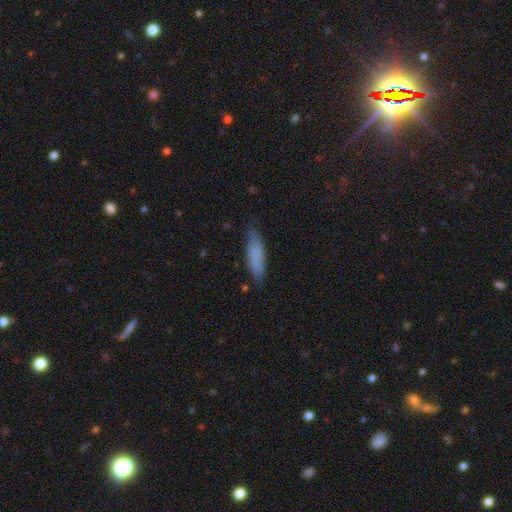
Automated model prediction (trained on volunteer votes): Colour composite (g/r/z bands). It shows a smooth galaxy with no disk features (78%) that is cigar-shaped (65%). Merging: none (76%).